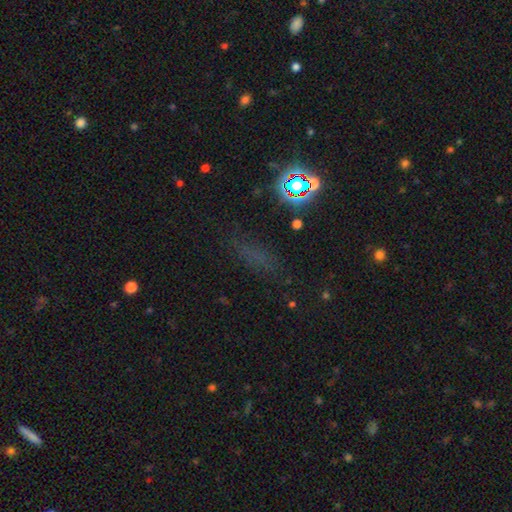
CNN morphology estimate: This is possibly a star or artifact rather than a galaxy (50%).